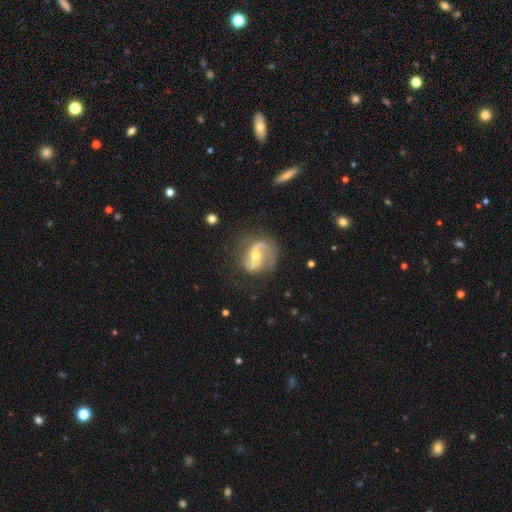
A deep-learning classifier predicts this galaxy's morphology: Smooth or featured? Predicted: featured or disk (p=0.85). Edge-on disk? Predicted: no (p=0.97). Bar? Predicted: weak (p=0.43). Spiral arms? Predicted: yes (p=0.95). Spiral winding? Predicted: medium (p=0.47). Spiral arm count? Predicted: 2 (p=0.79). Bulge size? Predicted: moderate (p=0.58). Merging? Predicted: none (p=0.69).